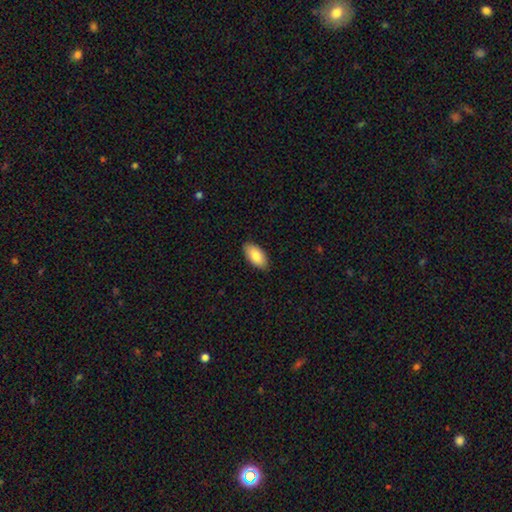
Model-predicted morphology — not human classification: Smooth or featured? smooth (84%)
How rounded? in between (94%)
Merging? none (88%)